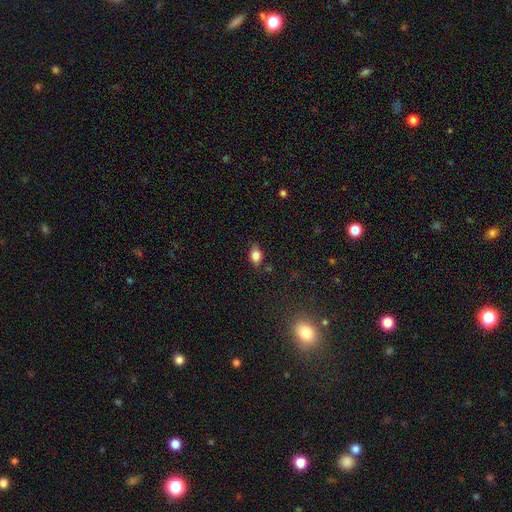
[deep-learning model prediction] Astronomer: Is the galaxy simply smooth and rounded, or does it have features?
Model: smooth — 83%.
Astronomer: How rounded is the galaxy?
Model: in between — 82%.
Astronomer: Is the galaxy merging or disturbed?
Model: none — 82%.